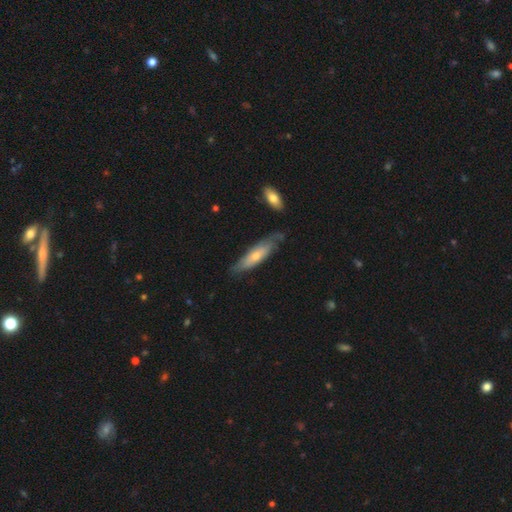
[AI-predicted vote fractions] Morphology: type=smooth (53%); roundness=cigar-shaped (64%); merging=none (63%).